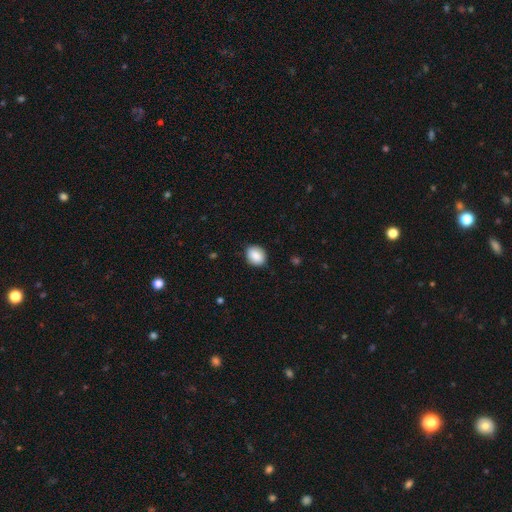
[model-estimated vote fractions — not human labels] Overall: smooth (89%). How rounded: in between (56%; round 43%). Merging: none (86%).